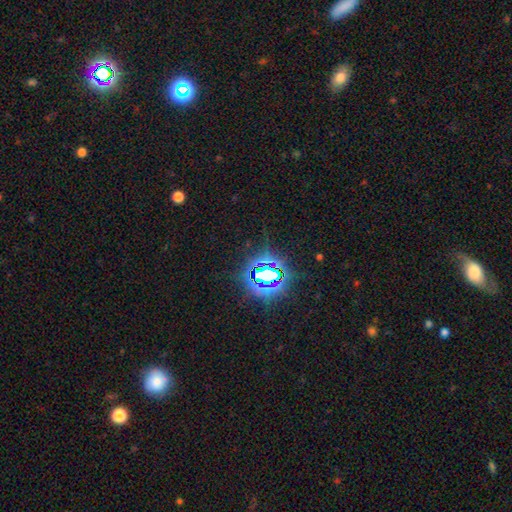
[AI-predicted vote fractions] This is likely a star or artifact rather than a galaxy (78%).